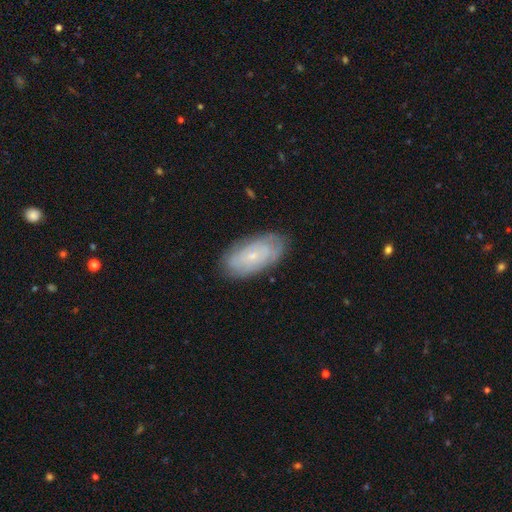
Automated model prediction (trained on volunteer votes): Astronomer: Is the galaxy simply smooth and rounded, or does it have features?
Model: featured or disk — 49% (runner-up: smooth, 41%).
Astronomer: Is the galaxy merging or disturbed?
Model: none — 83%.